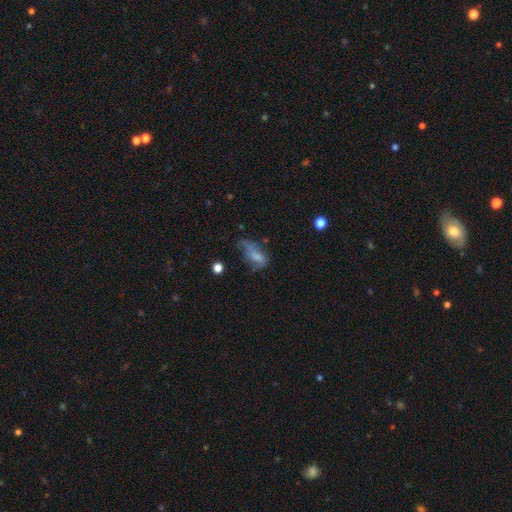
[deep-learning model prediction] smooth-or-featured: smooth: 60% | featured or disk: 27% | star or artifact: 13%
  how-rounded: in between: 79% | cigar-shaped: 16% | round: 6%
  merging: major disturbance: 34% | minor disturbance: 31% | none: 29% | merger: 6%